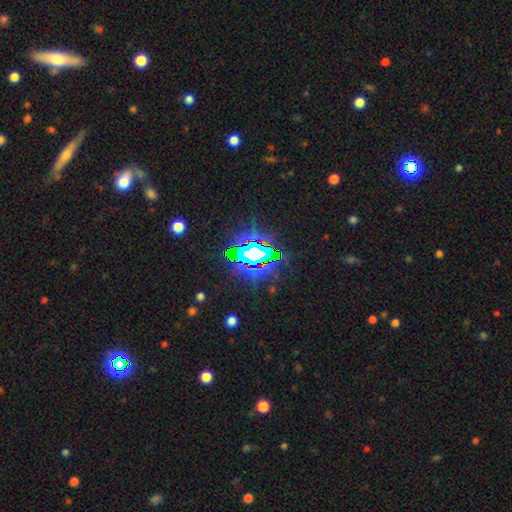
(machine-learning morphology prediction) The model was most divided on "smooth or featured": star or artifact: 75%, featured or disk: 13%, smooth: 12%.